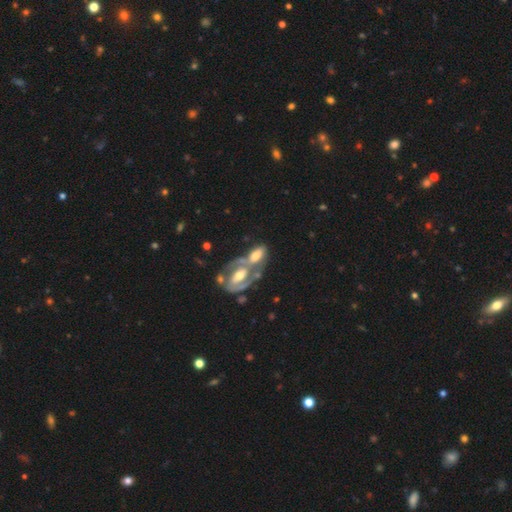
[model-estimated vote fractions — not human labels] Smooth or featured? Predicted: featured or disk (p=0.62). Edge-on disk? Predicted: no (p=0.91). Bar? Predicted: no (p=0.45). Spiral arms? Predicted: yes (p=0.67). Bulge size? Predicted: moderate (p=0.57). Merging? Predicted: merger (p=0.61).